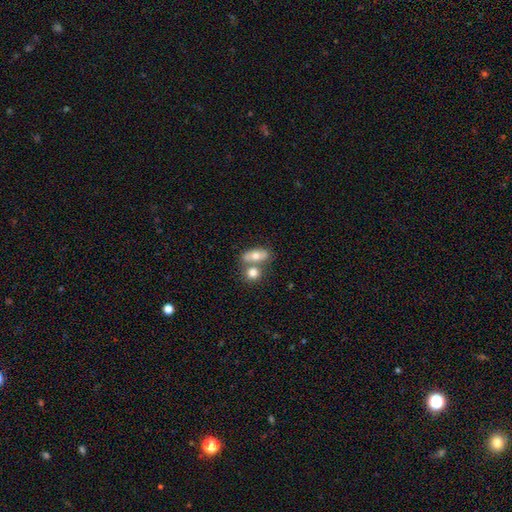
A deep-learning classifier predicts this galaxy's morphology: Smooth or featured: smooth — 67% (featured or disk — 25%)
How rounded: in between — 75% (round — 16%)
Merging: merger — 44% (none — 40%)